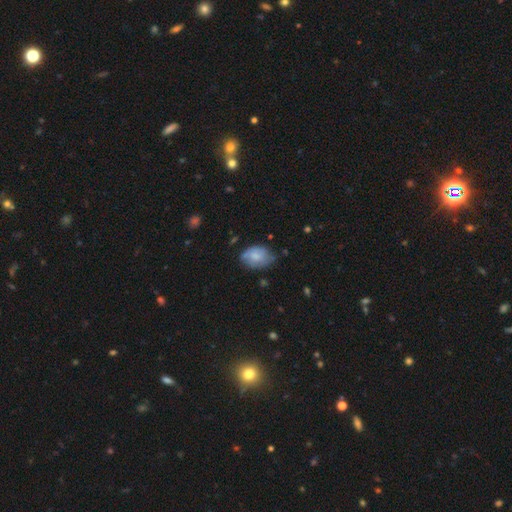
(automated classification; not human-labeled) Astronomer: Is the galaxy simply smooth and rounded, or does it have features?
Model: smooth — 59%.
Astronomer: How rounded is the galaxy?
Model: in between — 78%.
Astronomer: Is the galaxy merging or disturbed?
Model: none — 59%.